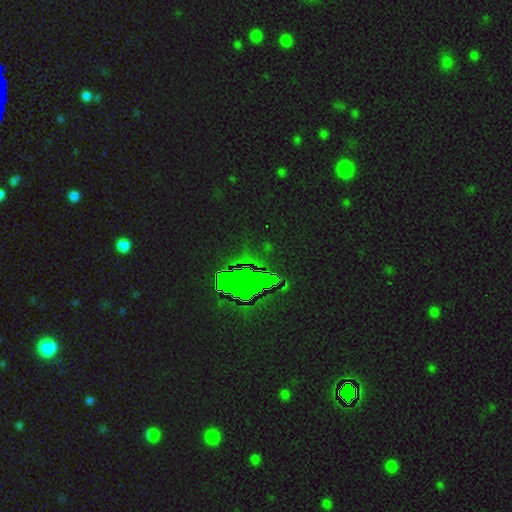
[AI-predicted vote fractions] This is likely a star or artifact rather than a galaxy (70%).